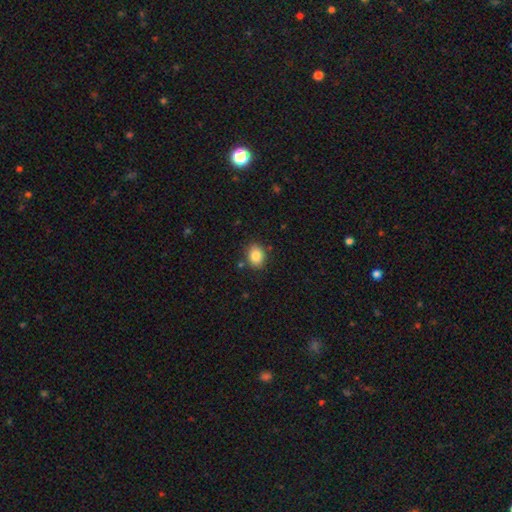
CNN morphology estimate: Overall: smooth (86%). How rounded: in between (50%; round 49%). Merging: none (84%).